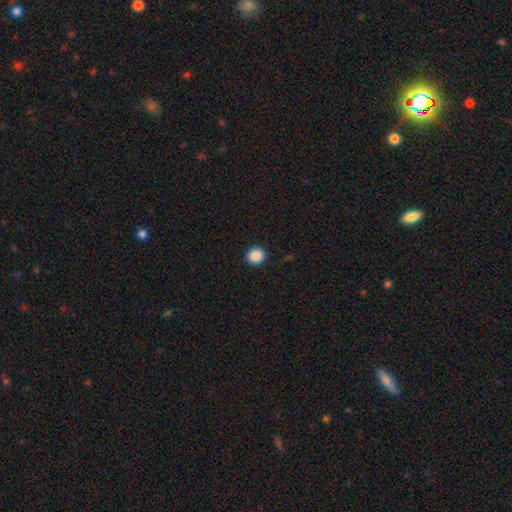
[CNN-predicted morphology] A smooth galaxy with no disk features (89%) that is round (82%).

Vote fractions:
- Smooth or featured? smooth: 89% / star or artifact: 9% / featured or disk: 3%
- How rounded? round: 82% / in between: 17% / cigar-shaped: 1%
- Merging? none: 92% / minor disturbance: 6% / major disturbance: 2% / merger: 1%